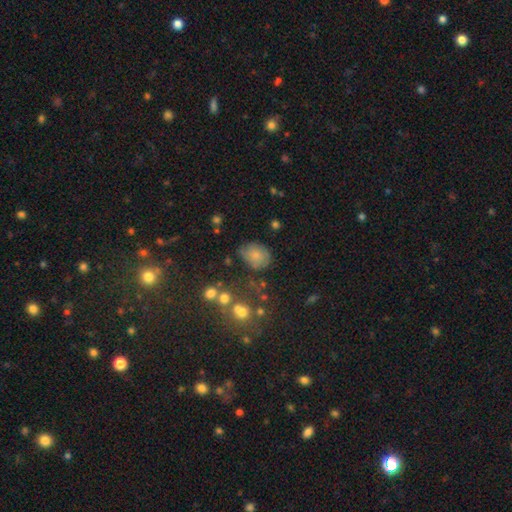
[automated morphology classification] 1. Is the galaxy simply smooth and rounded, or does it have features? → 73% smooth, 17% featured or disk, 10% star or artifact.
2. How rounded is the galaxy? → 56% in between, 43% round, 1% cigar-shaped.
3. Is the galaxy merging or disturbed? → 60% none, 26% minor disturbance, 9% major disturbance, 5% merger.